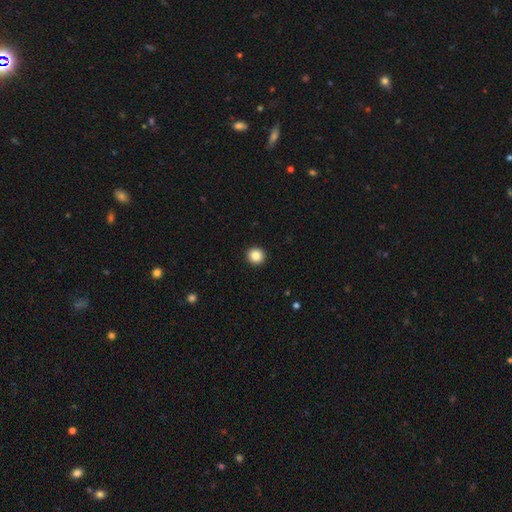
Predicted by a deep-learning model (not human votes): A smooth galaxy with no disk features (86%) that is round (94%). Merging: none (94%).